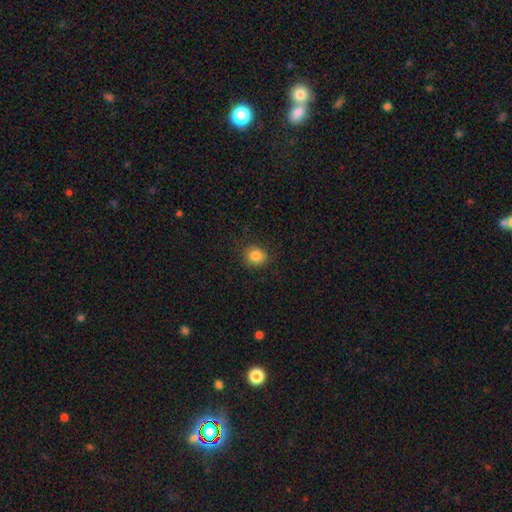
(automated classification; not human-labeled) A smooth galaxy with no disk features (85%) that is round (76%).

Vote fractions:
- Smooth or featured? smooth: 85% / star or artifact: 10% / featured or disk: 5%
- How rounded? round: 76% / in between: 23% / cigar-shaped: 1%
- Merging? none: 87% / minor disturbance: 9% / major disturbance: 3% / merger: 1%